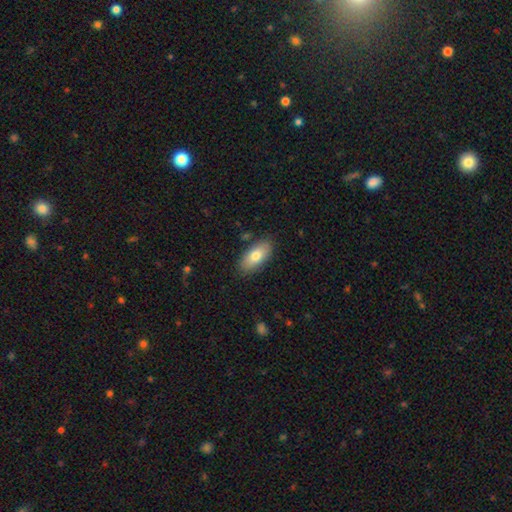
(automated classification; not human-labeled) Smooth or featured? smooth (77%)
How rounded? in between (89%)
Merging? none (85%)